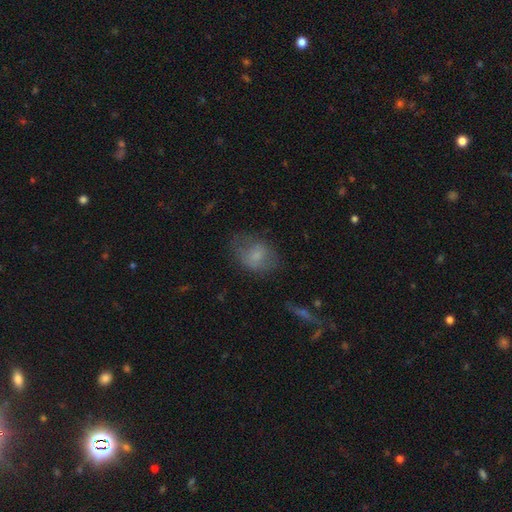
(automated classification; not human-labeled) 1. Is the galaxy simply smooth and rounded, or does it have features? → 68% smooth, 23% featured or disk, 10% star or artifact.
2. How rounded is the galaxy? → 67% in between, 31% round, 1% cigar-shaped.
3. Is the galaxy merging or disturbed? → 56% none, 26% minor disturbance, 17% major disturbance, 2% merger.